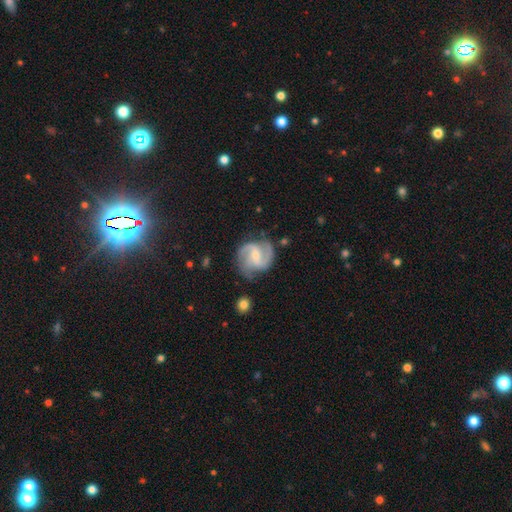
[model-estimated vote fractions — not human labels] Smooth or featured? Predicted: featured or disk (p=0.89). Edge-on disk? Predicted: no (p=0.98). Bar? Predicted: weak (p=0.53). Spiral arms? Predicted: yes (p=0.98). Spiral winding? Predicted: medium (p=0.57). Spiral arm count? Predicted: 2 (p=0.56). Bulge size? Predicted: small (p=0.61). Merging? Predicted: none (p=0.74).